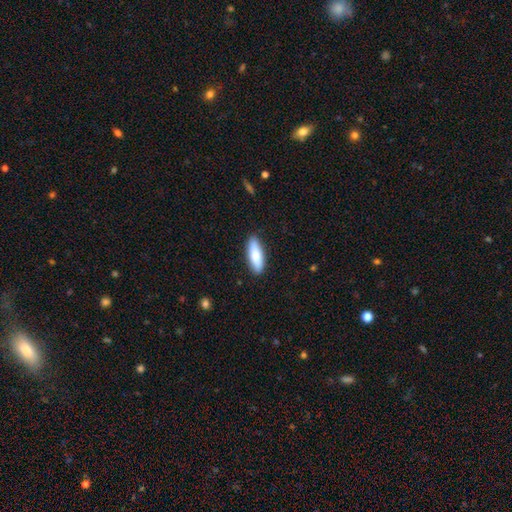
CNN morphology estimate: smooth_or_featured: smooth (p=0.78) [alt: featured or disk p=0.17]
how_rounded: in between (p=0.55) [alt: cigar-shaped p=0.43]
merging: none (p=0.89) [alt: minor disturbance p=0.08]